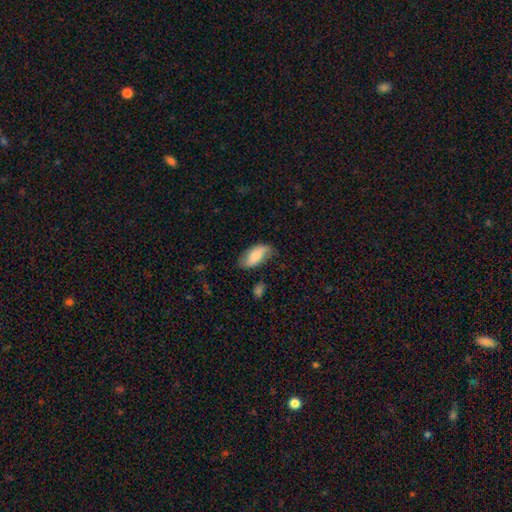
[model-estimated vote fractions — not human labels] smooth 67%, featured or disk 26%, star or artifact 7%. Down the decision tree: how rounded — in between (91%); merging — none (67%).